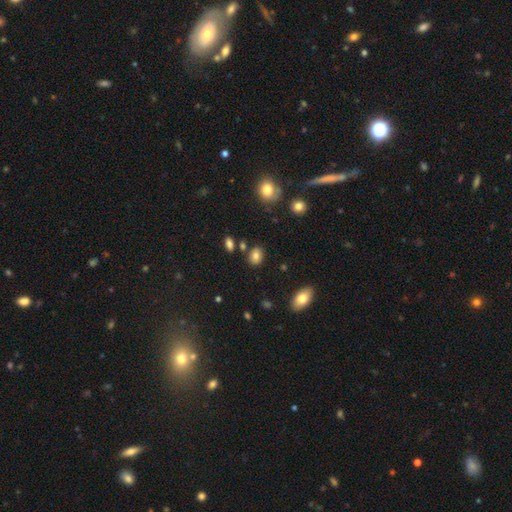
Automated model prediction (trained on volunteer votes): This is clearly a smooth galaxy (81%). How rounded: likely in between (63%). Merging: clearly none (81%).